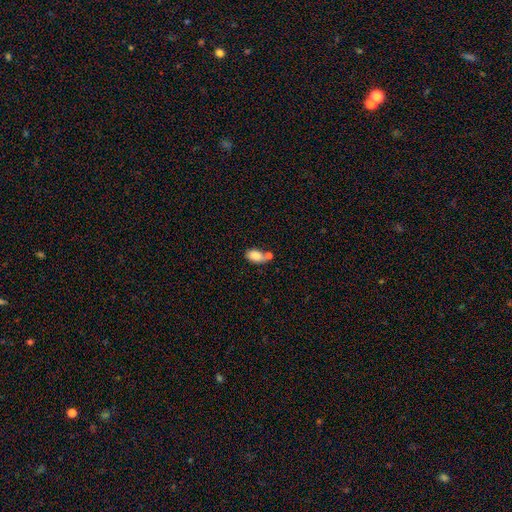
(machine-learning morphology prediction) smooth-or-featured: smooth: 84% | featured or disk: 8% | star or artifact: 8%
  how-rounded: in between: 91% | round: 7% | cigar-shaped: 2%
  merging: none: 43% | merger: 37% | minor disturbance: 15% | major disturbance: 5%